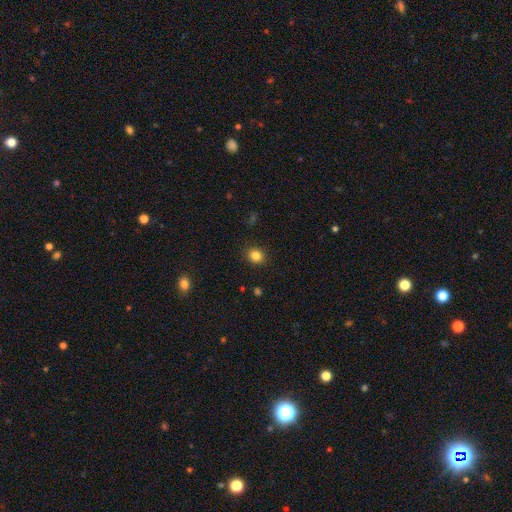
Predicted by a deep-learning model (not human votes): smooth 84%, star or artifact 11%, featured or disk 4%. Down the decision tree: how rounded — round (70%); merging — none (90%).